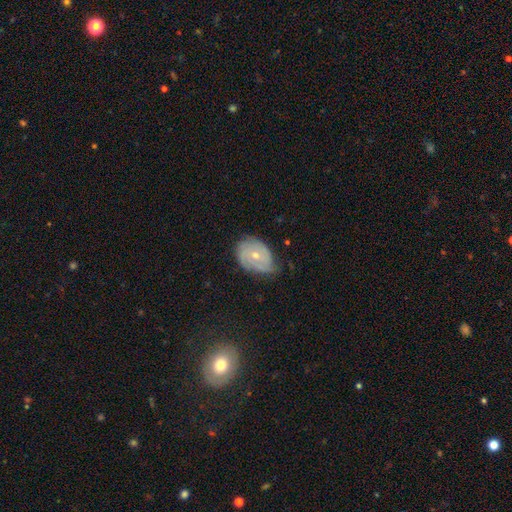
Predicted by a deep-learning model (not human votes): Smooth or featured? featured or disk (61%)
Edge-on disk? no (96%)
Bar? no (75%)
Spiral arms? yes (80%)
Bulge size? small (51%)
Merging? none (51%)